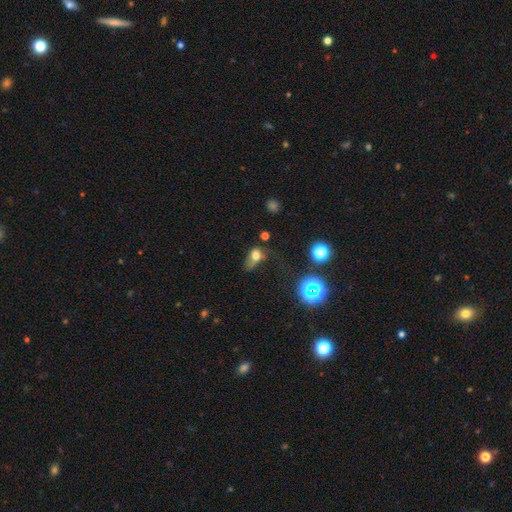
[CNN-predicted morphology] Smooth or featured? smooth (66%)
How rounded? in between (71%)
Merging? major disturbance (37%)